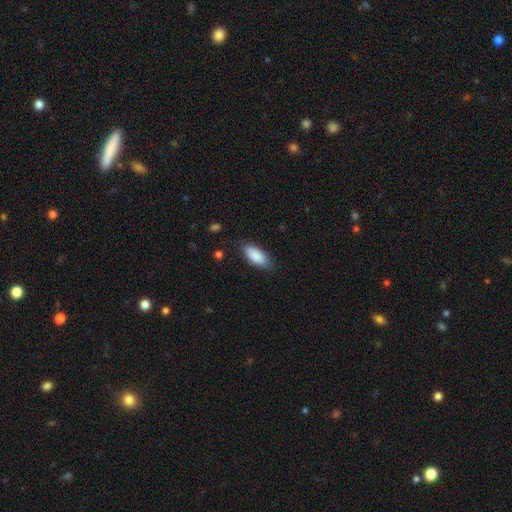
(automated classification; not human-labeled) The model was most divided on "merging": none: 81%, minor disturbance: 15%, major disturbance: 3%, merger: 1%. More confident: smooth or featured — smooth (88%); how rounded — in between (85%).